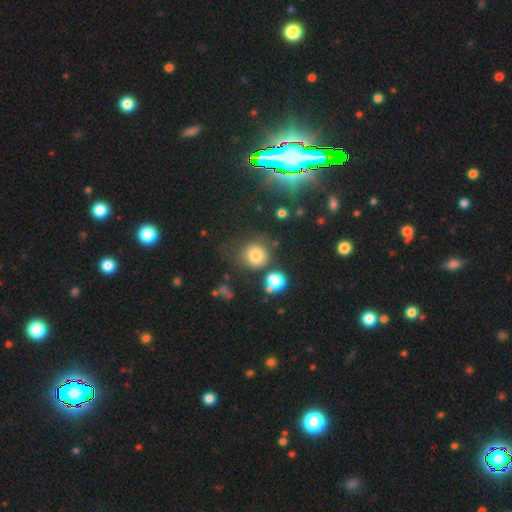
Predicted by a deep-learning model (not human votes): Morphology: type=smooth (77%); roundness=round (85%); merging=none (61%).